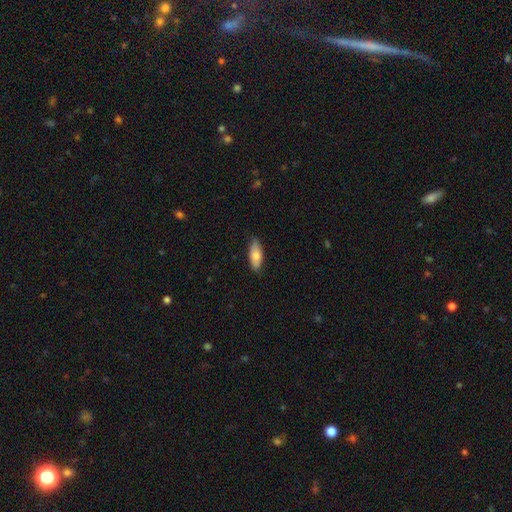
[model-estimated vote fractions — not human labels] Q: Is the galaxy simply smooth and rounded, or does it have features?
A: smooth — 76%.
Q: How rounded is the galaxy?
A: in between — 75%.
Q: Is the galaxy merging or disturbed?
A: none — 86%.